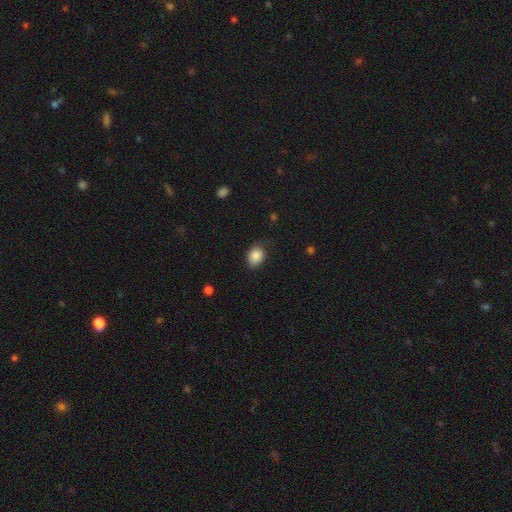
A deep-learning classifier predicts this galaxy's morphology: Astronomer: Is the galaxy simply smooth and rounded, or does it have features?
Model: smooth — 86%.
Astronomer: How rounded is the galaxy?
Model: in between — 69%.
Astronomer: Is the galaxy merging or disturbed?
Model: none — 74%.